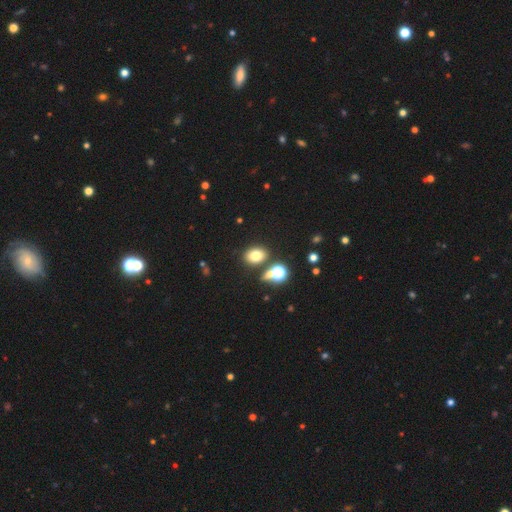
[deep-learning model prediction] The model was most divided on "how rounded": in between: 63%, round: 36%, cigar-shaped: 1%. More confident: merging — none (74%); smooth or featured — smooth (72%).